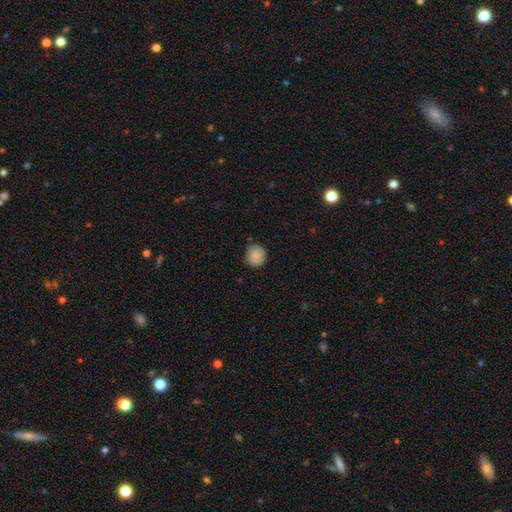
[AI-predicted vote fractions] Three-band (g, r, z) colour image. It shows a smooth galaxy with no disk features (88%) that is round (87%). Merging: none (83%).